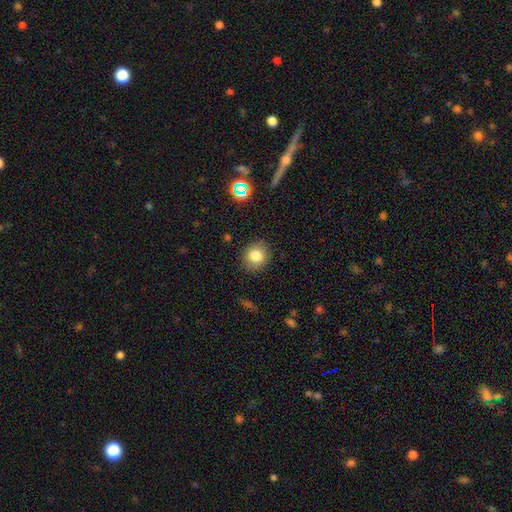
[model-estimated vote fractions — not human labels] A smooth galaxy with no disk features (81%) that is round (78%). Merging: none (86%).